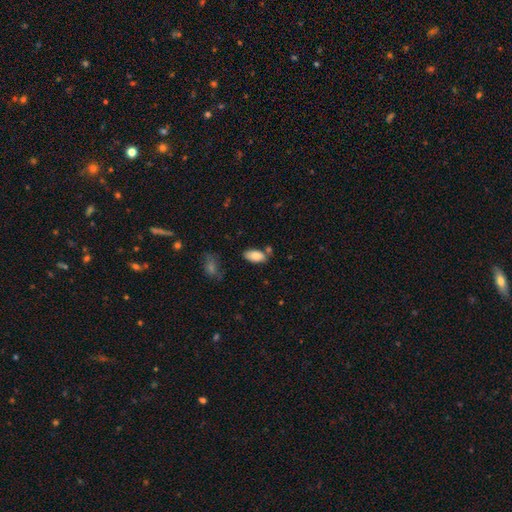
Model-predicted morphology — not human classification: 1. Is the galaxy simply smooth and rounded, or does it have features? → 86% smooth, 7% star or artifact, 7% featured or disk.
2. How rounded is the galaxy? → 92% in between, 5% cigar-shaped, 2% round.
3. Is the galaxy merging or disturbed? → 67% none, 18% minor disturbance, 11% merger, 4% major disturbance.